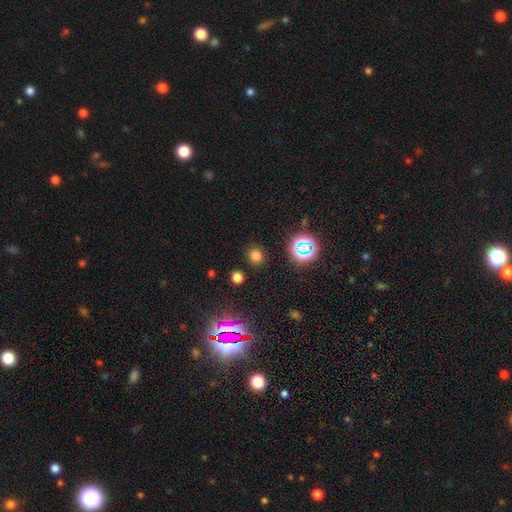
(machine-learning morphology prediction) A smooth galaxy with no disk features (72%) that is round (84%). Merging: none (88%).